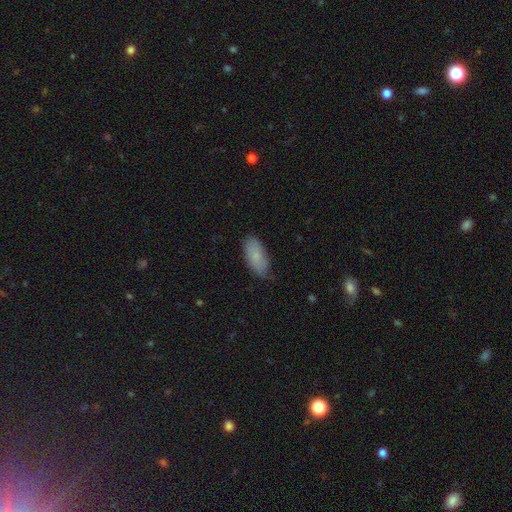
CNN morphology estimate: A smooth galaxy with no disk features (82%) that is in between round and cigar-shaped (88%).

Vote fractions:
- Smooth or featured? smooth: 82% / featured or disk: 12% / star or artifact: 7%
- How rounded? in between: 88% / cigar-shaped: 10% / round: 2%
- Merging? none: 78% / minor disturbance: 18% / major disturbance: 3% / merger: 1%